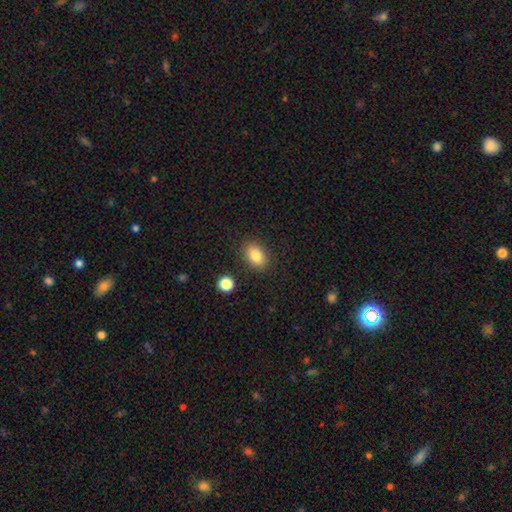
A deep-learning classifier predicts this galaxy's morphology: Smooth or featured: smooth — 84% (star or artifact — 9%)
How rounded: in between — 82% (round — 17%)
Merging: none — 86% (minor disturbance — 9%)